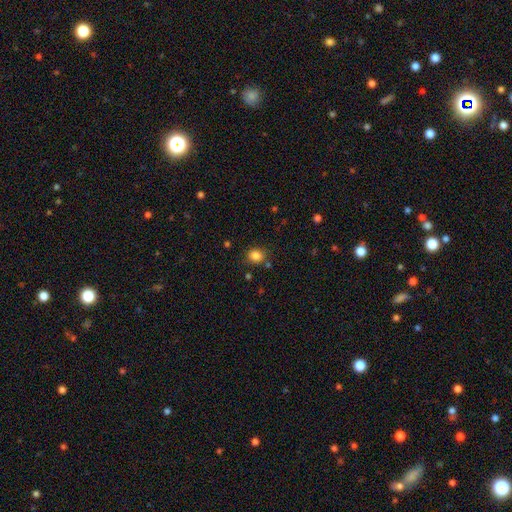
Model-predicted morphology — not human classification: A smooth galaxy with no disk features (84%) that is round (71%).

Vote fractions:
- Smooth or featured? smooth: 84% / star or artifact: 12% / featured or disk: 5%
- How rounded? round: 71% / in between: 29% / cigar-shaped: 1%
- Merging? none: 80% / minor disturbance: 12% / merger: 4% / major disturbance: 3%